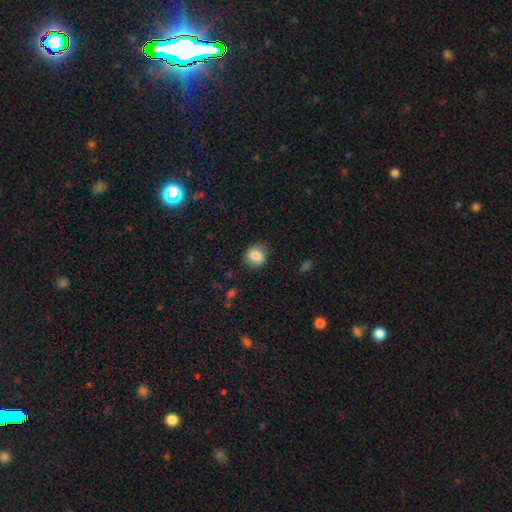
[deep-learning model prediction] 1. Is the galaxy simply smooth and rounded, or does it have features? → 81% smooth, 10% featured or disk, 9% star or artifact.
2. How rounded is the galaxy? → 71% round, 28% in between, 1% cigar-shaped.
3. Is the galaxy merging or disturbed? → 82% none, 13% minor disturbance, 4% major disturbance, 1% merger.